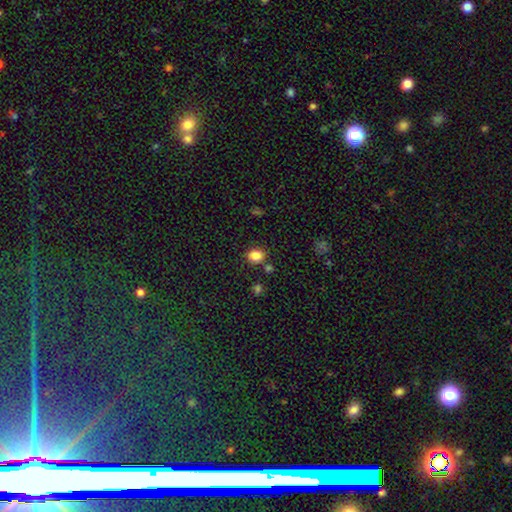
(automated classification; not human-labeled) smooth 83%, star or artifact 11%, featured or disk 5%. Down the decision tree: how rounded — round (54%); merging — none (78%).